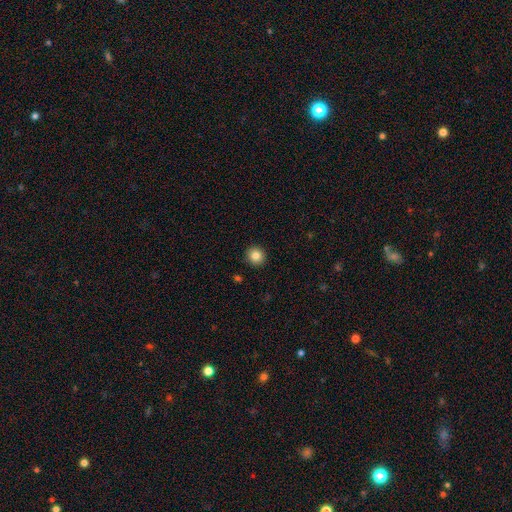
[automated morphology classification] The model was most divided on "smooth or featured": smooth: 84%, star or artifact: 10%, featured or disk: 6%. More confident: how rounded — round (93%); merging — none (93%).